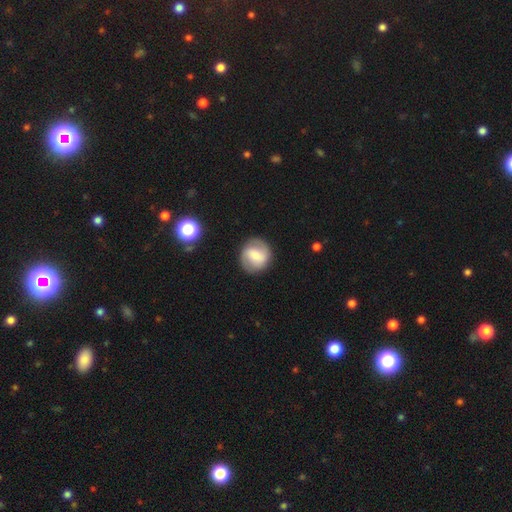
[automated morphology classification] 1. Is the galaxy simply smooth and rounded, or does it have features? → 50% featured or disk, 43% smooth, 7% star or artifact.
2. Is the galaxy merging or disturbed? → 86% none, 10% minor disturbance, 3% major disturbance, 1% merger.